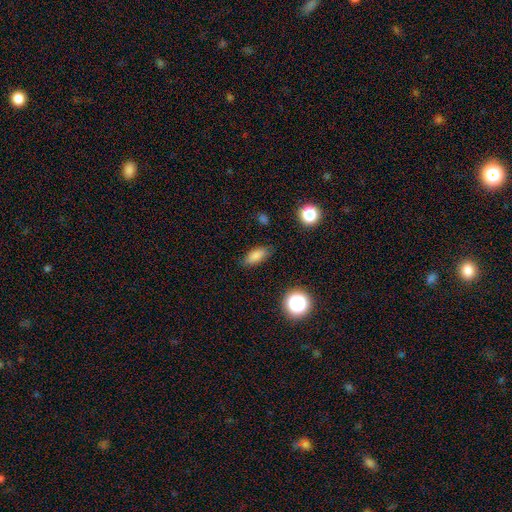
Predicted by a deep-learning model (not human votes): Smooth or featured? Predicted: smooth (p=0.81). How rounded? Predicted: in between (p=0.81). Merging? Predicted: none (p=0.83).